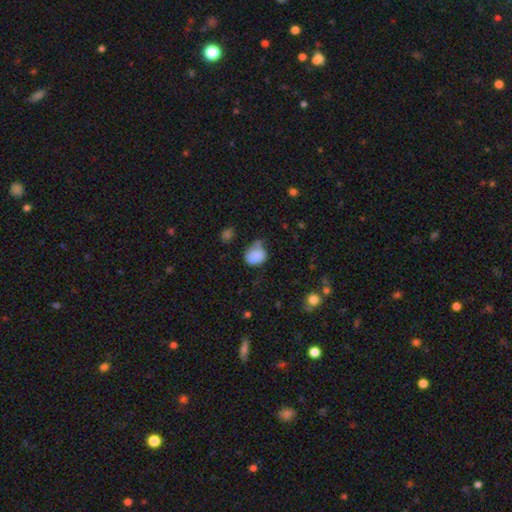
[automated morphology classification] Smooth or featured?
  - smooth: 80% *
  - featured or disk: 11%
  - star or artifact: 9%
How rounded?
  - round: 57% *
  - in between: 42%
  - cigar-shaped: 1%
Merging?
  - minor disturbance: 41% *
  - none: 37%
  - major disturbance: 16%
  - merger: 6%